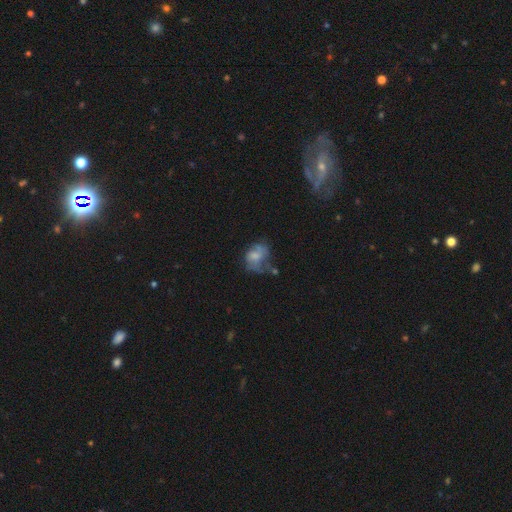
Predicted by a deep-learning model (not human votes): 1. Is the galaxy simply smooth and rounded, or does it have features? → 45% smooth, 44% featured or disk, 11% star or artifact.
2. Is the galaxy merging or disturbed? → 37% major disturbance, 27% none, 24% minor disturbance, 12% merger.